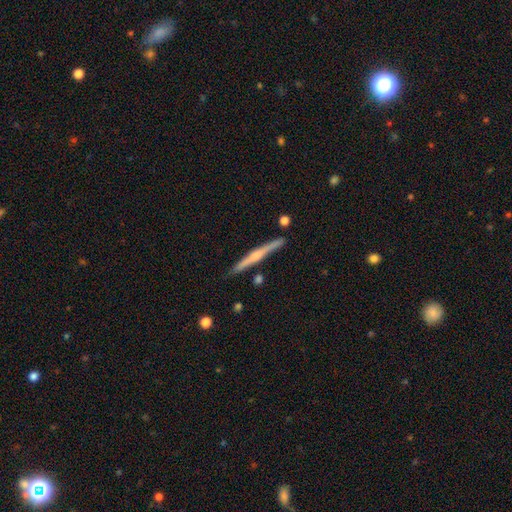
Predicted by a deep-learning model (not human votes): Overall: featured or disk (68%). Edge-on disk: yes (98%). Edge-on bulge: rounded (69%). Merging: none (87%).